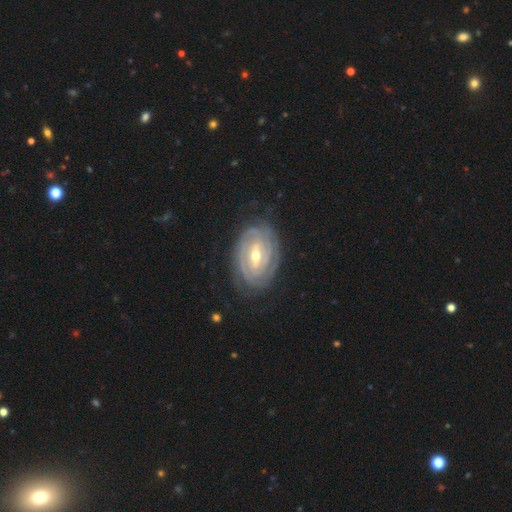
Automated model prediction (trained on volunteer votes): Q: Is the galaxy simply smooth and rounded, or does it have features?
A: featured or disk — 88%.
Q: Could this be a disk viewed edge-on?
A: no — 96%.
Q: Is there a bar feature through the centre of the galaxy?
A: weak — 42%.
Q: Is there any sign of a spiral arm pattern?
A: yes — 96%.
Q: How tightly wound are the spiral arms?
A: tight — 84%.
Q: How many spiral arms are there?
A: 2 — 41%.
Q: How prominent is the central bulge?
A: moderate — 61%.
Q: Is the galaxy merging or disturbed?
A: none — 79%.